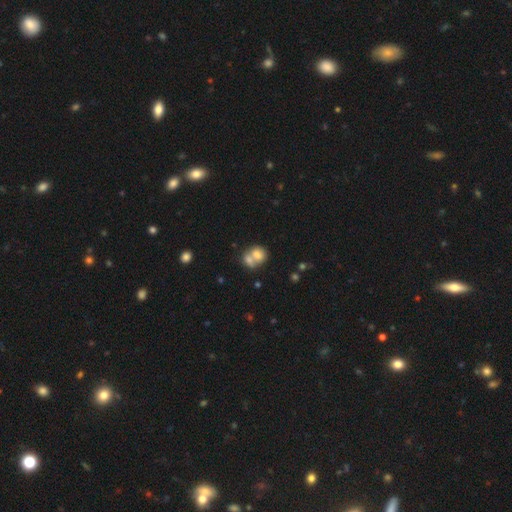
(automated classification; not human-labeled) Smooth or featured? Predicted: smooth (p=0.72). How rounded? Predicted: round (p=0.51). Merging? Predicted: merger (p=0.65).